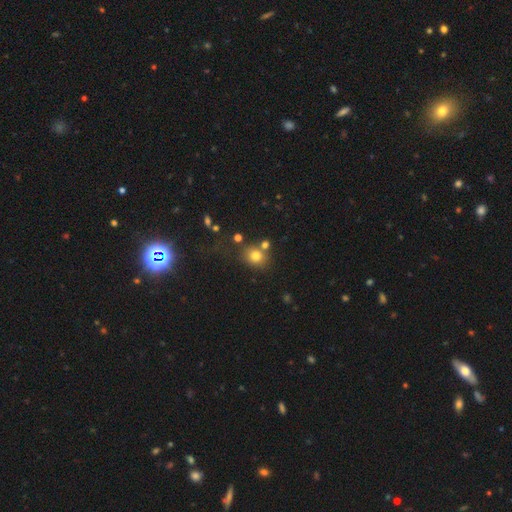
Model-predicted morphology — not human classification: smooth-or-featured: smooth: 77% | star or artifact: 14% | featured or disk: 9%
  how-rounded: round: 71% | in between: 28% | cigar-shaped: 1%
  merging: none: 66% | merger: 17% | minor disturbance: 12% | major disturbance: 5%